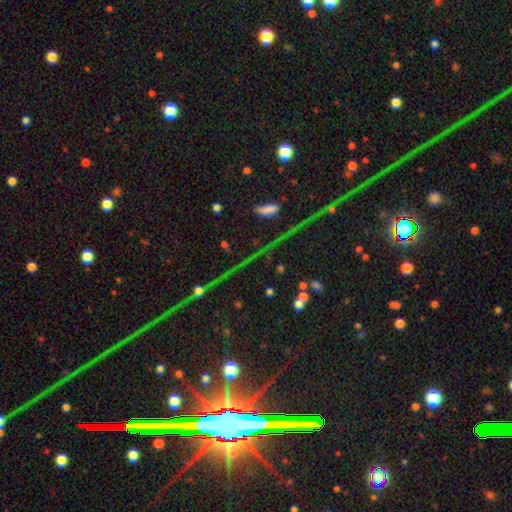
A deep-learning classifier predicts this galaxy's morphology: This appears to be a star or artifact, not a galaxy (81%).